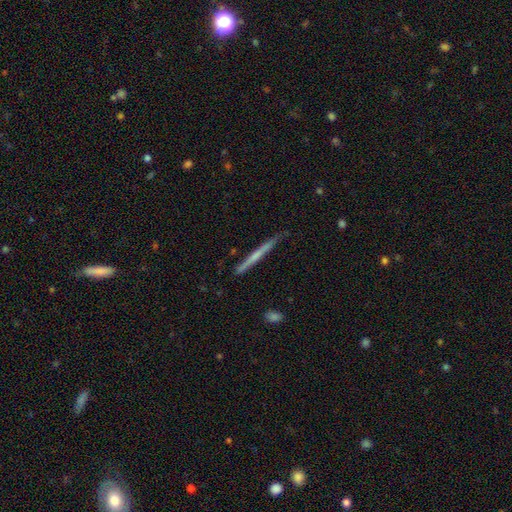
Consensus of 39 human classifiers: A featured or disk galaxy (59%) viewed edge-on (96%) with no central bulge (68%). Merging: none (86%).